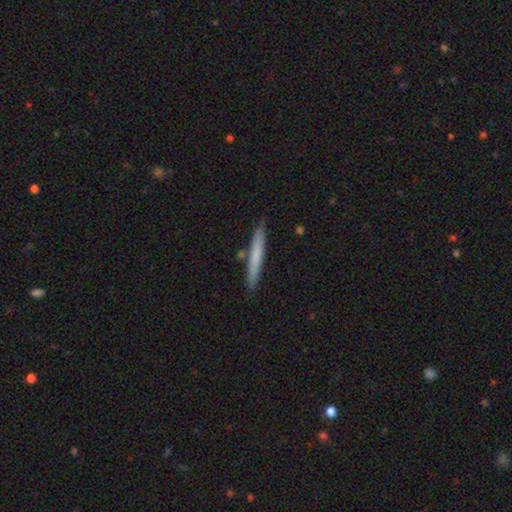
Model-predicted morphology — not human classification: This appears to be a smooth galaxy with no disk features (65%) that is cigar-shaped (96%). Merging: none (87%).